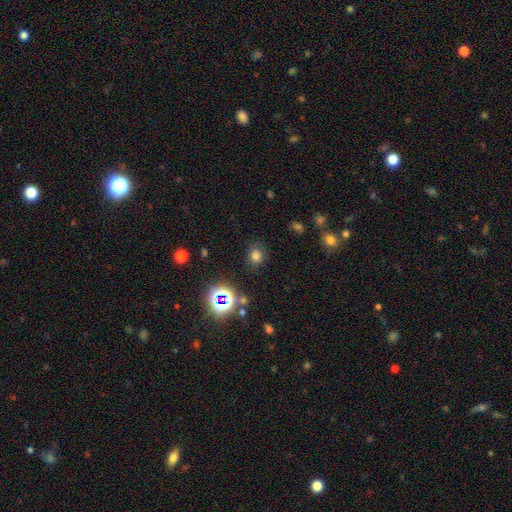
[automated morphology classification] Smooth or featured: smooth — 68% (star or artifact — 24%)
How rounded: round — 66% (in between — 33%)
Merging: none — 80% (minor disturbance — 12%)